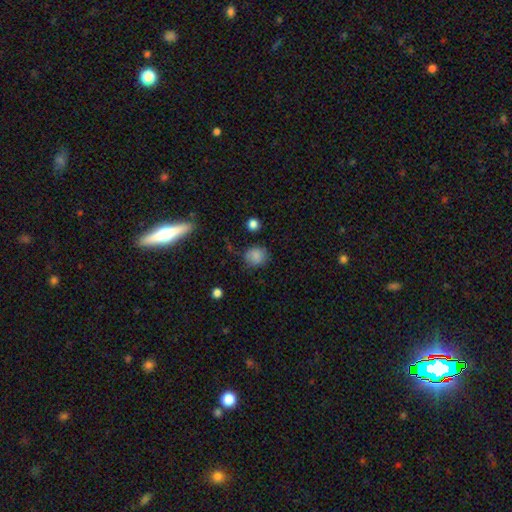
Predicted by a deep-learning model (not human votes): A smooth galaxy with no disk features (84%) that is round (79%). Merging: none (74%).